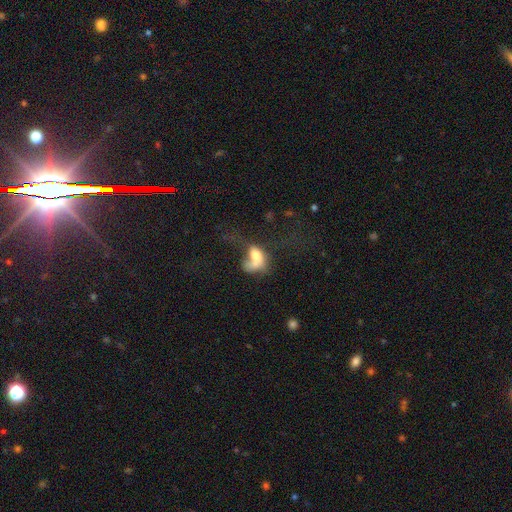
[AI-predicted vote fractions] Q: Smooth or featured?
A: smooth (60%); runner-up: featured or disk (29%)
Q: How rounded?
A: in between (79%); runner-up: round (19%)
Q: Merging?
A: major disturbance (38%); runner-up: merger (34%)